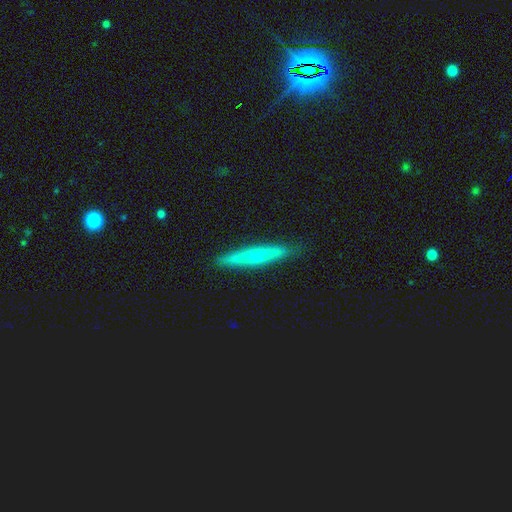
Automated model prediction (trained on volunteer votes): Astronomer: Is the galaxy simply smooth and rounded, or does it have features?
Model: smooth — 47% (runner-up: featured or disk, 46%).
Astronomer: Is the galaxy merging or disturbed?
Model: none — 89%.